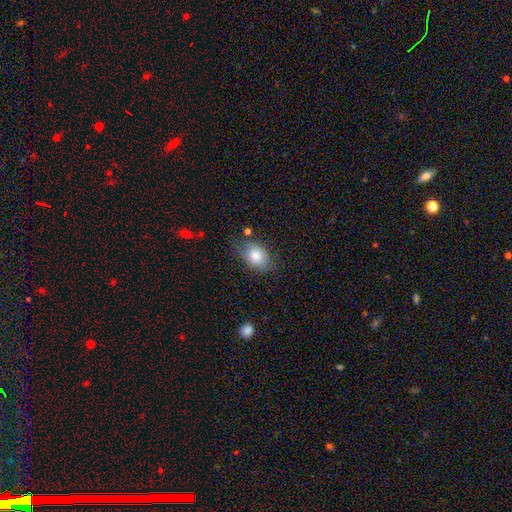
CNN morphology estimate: Smooth or featured: smooth — 80% (featured or disk — 12%)
How rounded: in between — 78% (round — 21%)
Merging: none — 67% (minor disturbance — 24%)